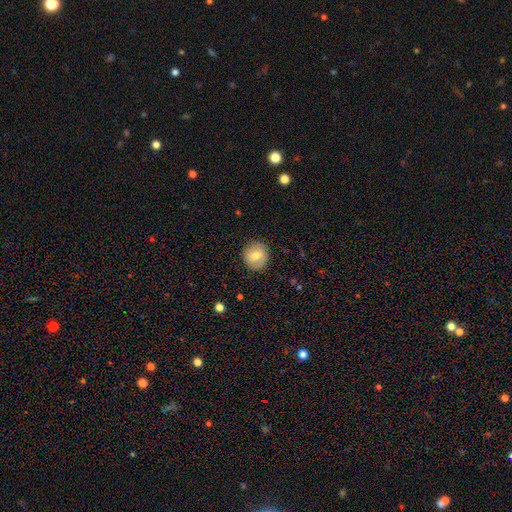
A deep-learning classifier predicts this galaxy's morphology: Q: Smooth or featured?
A: smooth (70%); runner-up: featured or disk (21%)
Q: How rounded?
A: round (89%); runner-up: in between (10%)
Q: Merging?
A: none (88%); runner-up: minor disturbance (9%)